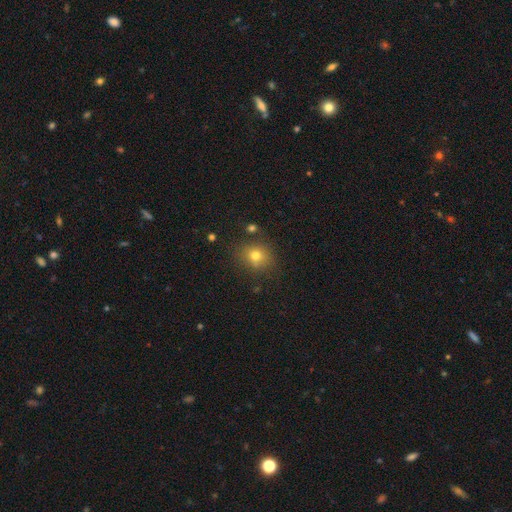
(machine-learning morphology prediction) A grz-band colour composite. It shows a smooth galaxy with no disk features (74%) that is round (71%). Merging: none (79%).